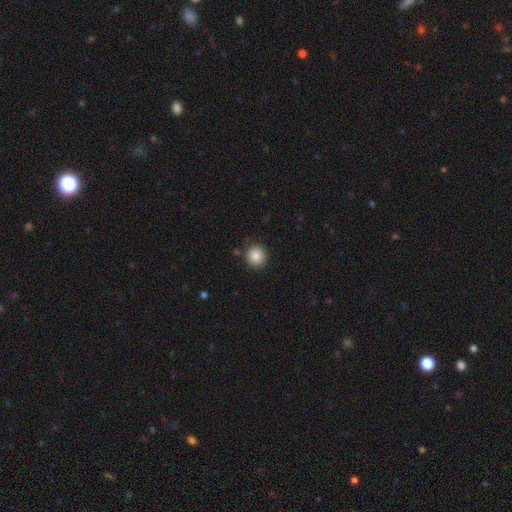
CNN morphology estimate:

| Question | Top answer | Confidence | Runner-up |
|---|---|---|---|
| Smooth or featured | smooth | 86% | star or artifact (9%) |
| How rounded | round | 93% | in between (6%) |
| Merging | none | 86% | minor disturbance (9%) |